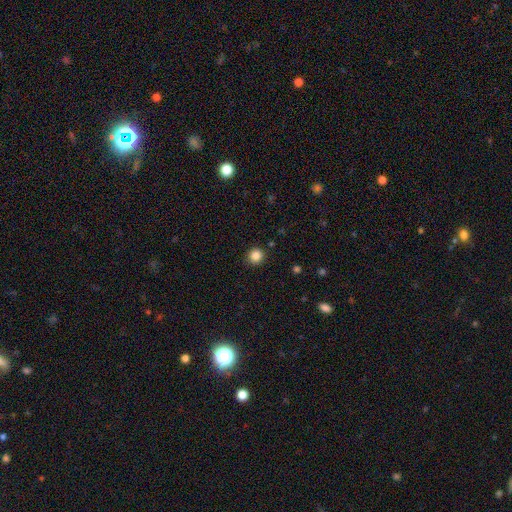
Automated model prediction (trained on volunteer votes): smooth_or_featured: smooth (p=0.85) [alt: star or artifact p=0.11]
how_rounded: round (p=0.92) [alt: in between p=0.07]
merging: none (p=0.91) [alt: minor disturbance p=0.06]